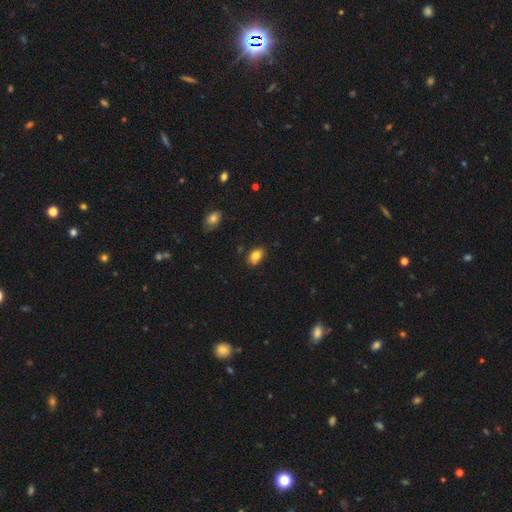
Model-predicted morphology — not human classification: Q: Smooth or featured?
A: smooth (83%); runner-up: star or artifact (9%)
Q: How rounded?
A: in between (82%); runner-up: round (16%)
Q: Merging?
A: none (77%); runner-up: minor disturbance (15%)